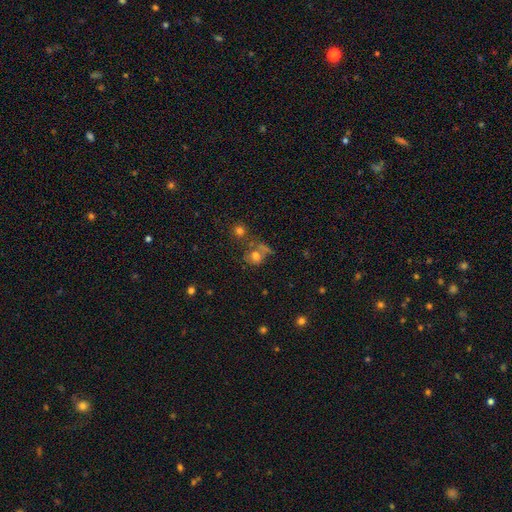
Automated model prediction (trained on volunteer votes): smooth_or_featured: smooth (p=0.65) [alt: featured or disk p=0.18]
how_rounded: round (p=0.72) [alt: in between p=0.26]
merging: none (p=0.43) [alt: merger p=0.27]